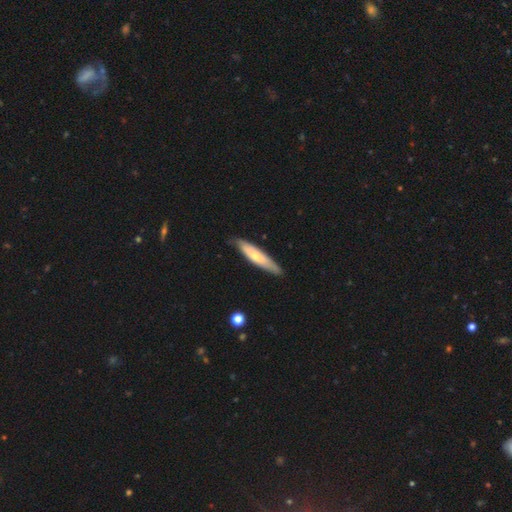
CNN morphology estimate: smooth-or-featured: smooth: 55% | featured or disk: 40% | star or artifact: 5%
  how-rounded: cigar-shaped: 81% | in between: 17% | round: 1%
  merging: none: 79% | minor disturbance: 17% | major disturbance: 3% | merger: 1%